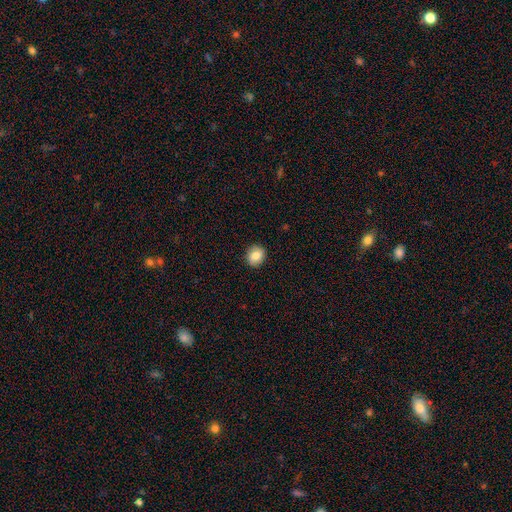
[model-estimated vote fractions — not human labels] smooth 83%, featured or disk 9%, star or artifact 9%. Down the decision tree: how rounded — round (73%); merging — none (90%).